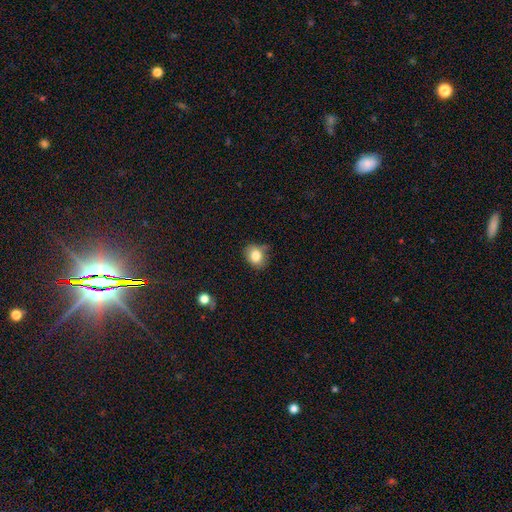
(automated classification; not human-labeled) Smooth or featured? smooth (83%)
How rounded? round (53%)
Merging? none (69%)